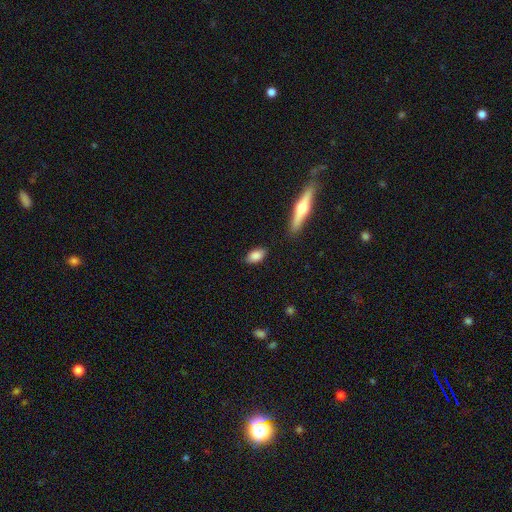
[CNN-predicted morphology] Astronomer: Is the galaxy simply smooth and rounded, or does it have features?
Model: smooth — 86%.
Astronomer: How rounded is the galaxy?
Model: in between — 89%.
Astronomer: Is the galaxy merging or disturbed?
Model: none — 83%.